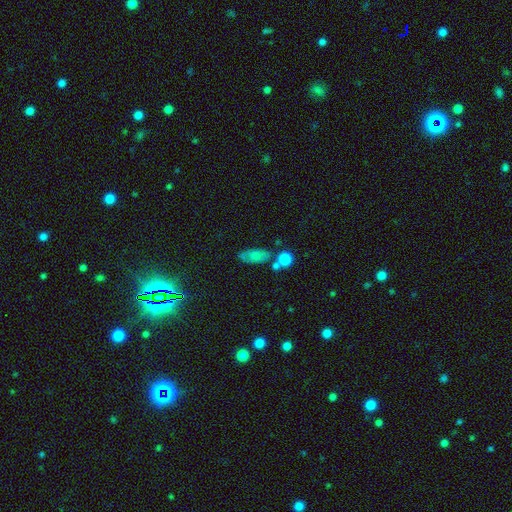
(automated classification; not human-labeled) This is likely a smooth galaxy (63%). How rounded: clearly in between (81%). Merging: possibly none (60%).